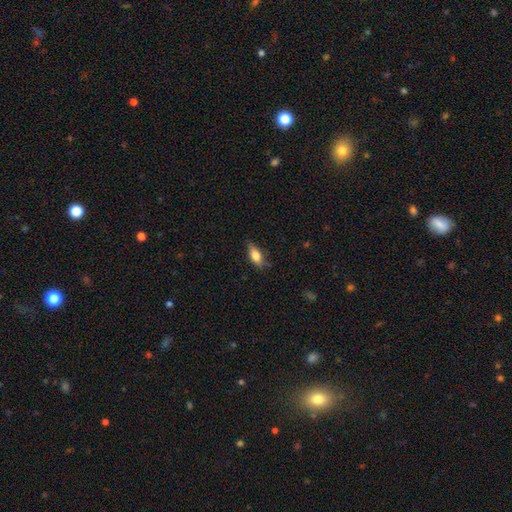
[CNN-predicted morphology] Q: Smooth or featured?
A: smooth (75%); runner-up: featured or disk (18%)
Q: How rounded?
A: in between (75%); runner-up: cigar-shaped (21%)
Q: Merging?
A: none (71%); runner-up: minor disturbance (23%)